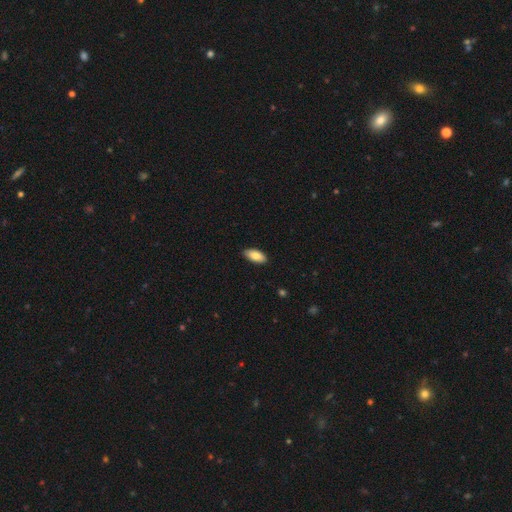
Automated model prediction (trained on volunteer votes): Smooth or featured? Predicted: smooth (p=0.84). How rounded? Predicted: in between (p=0.90). Merging? Predicted: none (p=0.88).